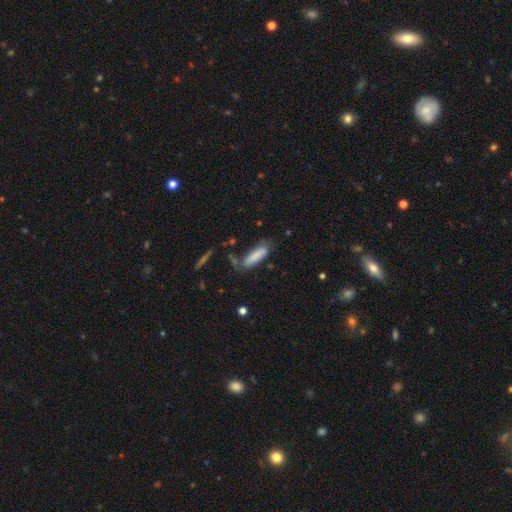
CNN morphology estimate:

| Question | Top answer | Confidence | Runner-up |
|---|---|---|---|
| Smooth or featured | smooth | 83% | featured or disk (11%) |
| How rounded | cigar-shaped | 59% | in between (39%) |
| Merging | none | 66% | minor disturbance (22%) |